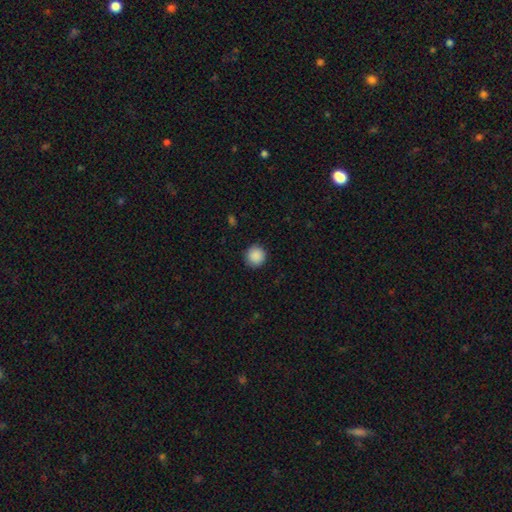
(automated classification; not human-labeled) This appears to be a smooth galaxy with no disk features (89%) that is round (93%). Merging: none (90%).